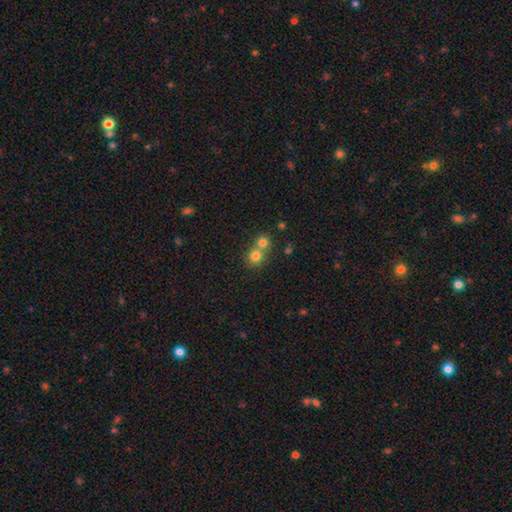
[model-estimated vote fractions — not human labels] smooth 77%, star or artifact 12%, featured or disk 11%. Down the decision tree: how rounded — round (84%); merging — merger (53%).